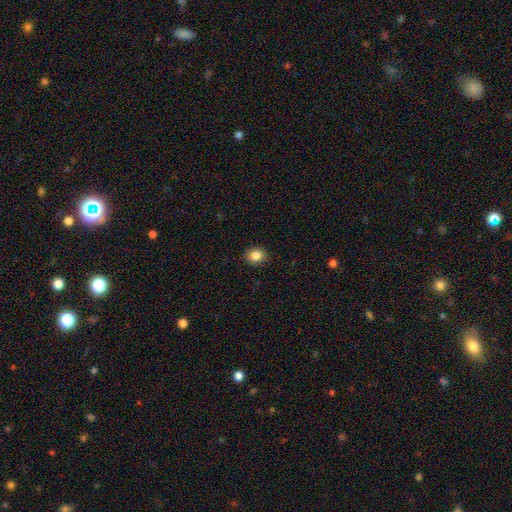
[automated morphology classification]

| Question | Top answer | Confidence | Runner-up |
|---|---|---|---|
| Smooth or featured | smooth | 85% | star or artifact (10%) |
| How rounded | round | 66% | in between (34%) |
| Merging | none | 89% | minor disturbance (8%) |